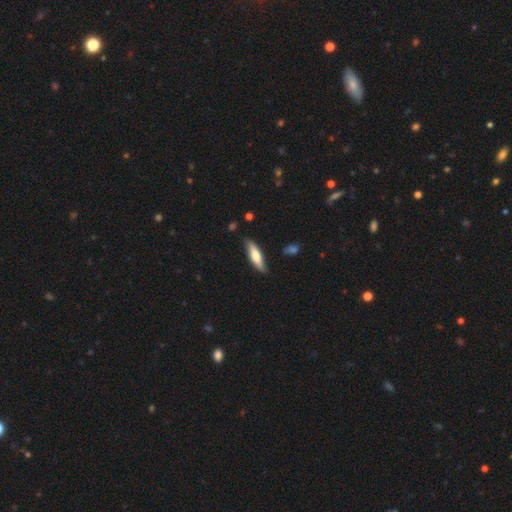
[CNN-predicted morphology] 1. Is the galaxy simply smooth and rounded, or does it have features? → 60% smooth, 35% featured or disk, 5% star or artifact.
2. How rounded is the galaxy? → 64% cigar-shaped, 34% in between, 2% round.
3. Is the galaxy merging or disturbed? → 81% none, 15% minor disturbance, 2% major disturbance, 2% merger.